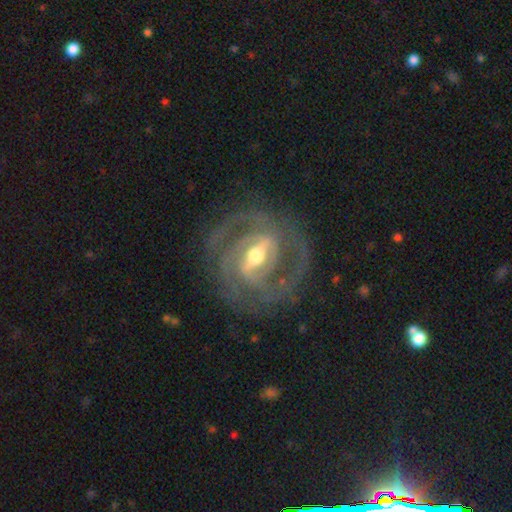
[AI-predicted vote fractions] Smooth or featured? Predicted: featured or disk (p=0.90). Edge-on disk? Predicted: no (p=0.95). Bar? Predicted: strong (p=0.70). Spiral arms? Predicted: yes (p=0.93). Spiral winding? Predicted: tight (p=0.54). Spiral arm count? Predicted: 2 (p=0.58). Bulge size? Predicted: moderate (p=0.68). Merging? Predicted: none (p=0.77).